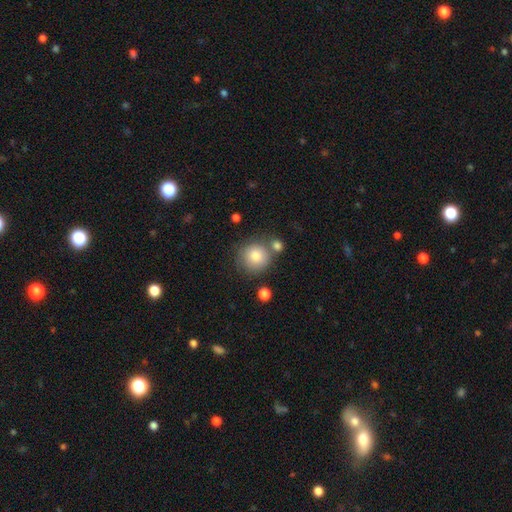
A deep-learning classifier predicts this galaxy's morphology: Q: Smooth or featured?
A: smooth (82%); runner-up: star or artifact (9%)
Q: How rounded?
A: round (91%); runner-up: in between (8%)
Q: Merging?
A: none (68%); runner-up: merger (16%)